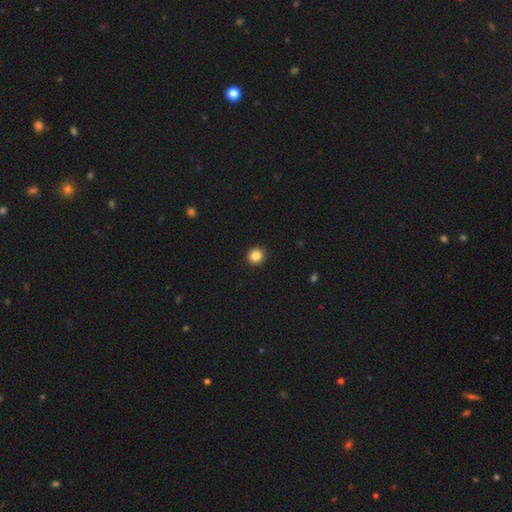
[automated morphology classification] smooth 85%, star or artifact 11%, featured or disk 4%. Down the decision tree: how rounded — round (84%); merging — none (93%).